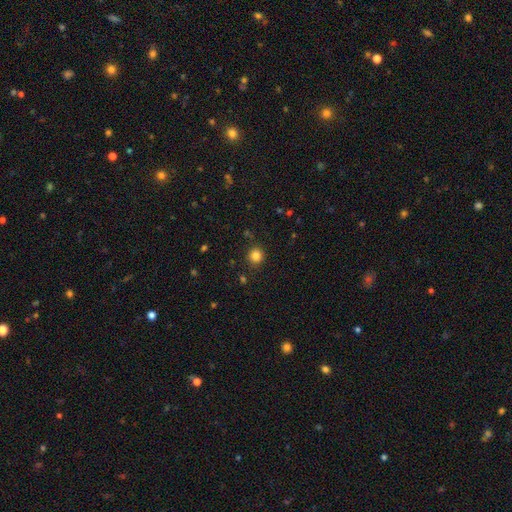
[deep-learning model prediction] Smooth or featured? Predicted: smooth (p=0.84). How rounded? Predicted: round (p=0.92). Merging? Predicted: none (p=0.88).